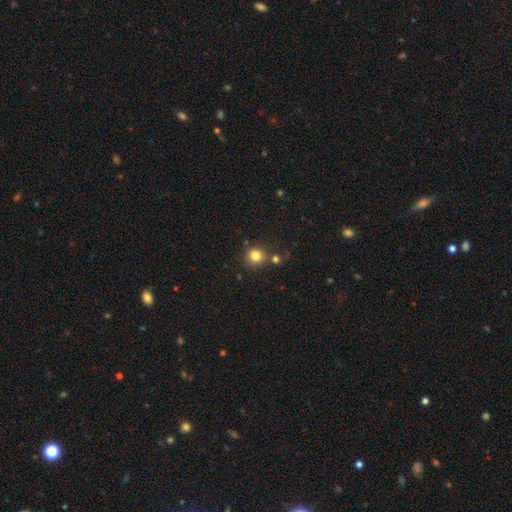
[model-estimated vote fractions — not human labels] This appears to be a smooth galaxy with no disk features (81%) that is round (91%). Merging: none (81%).